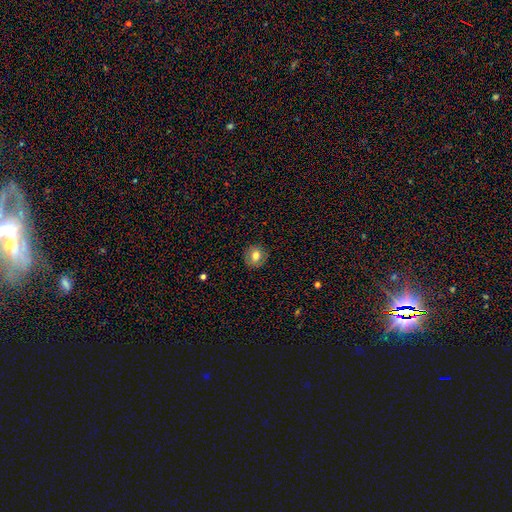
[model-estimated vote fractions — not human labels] Smooth or featured? Predicted: smooth (p=0.71). How rounded? Predicted: round (p=0.83). Merging? Predicted: none (p=0.86).